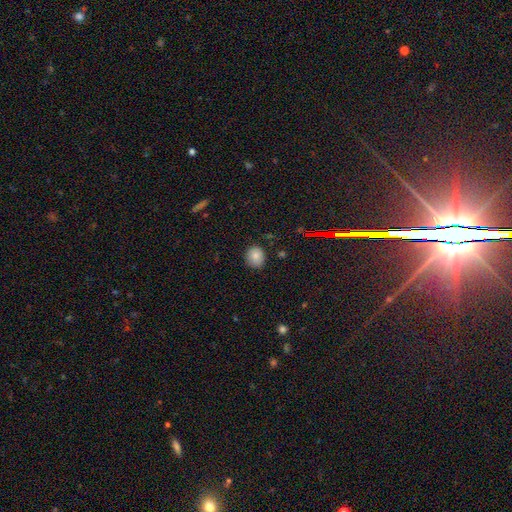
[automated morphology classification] type=smooth (82%); roundness=round (73%); merging=none (83%).